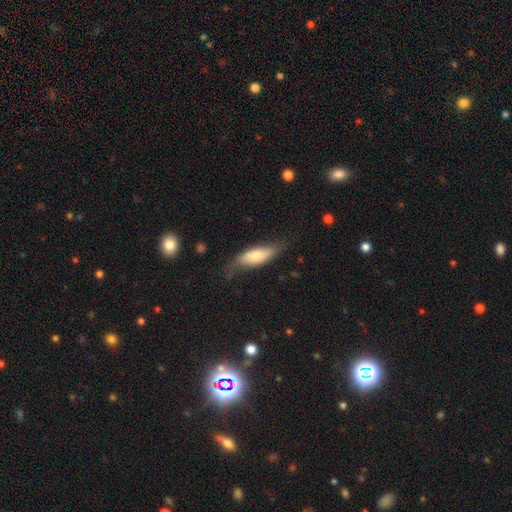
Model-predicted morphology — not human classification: Overall: smooth (61%; featured or disk 33%). How rounded: in between (64%; cigar-shaped 34%). Merging: none (58%; minor disturbance 29%).